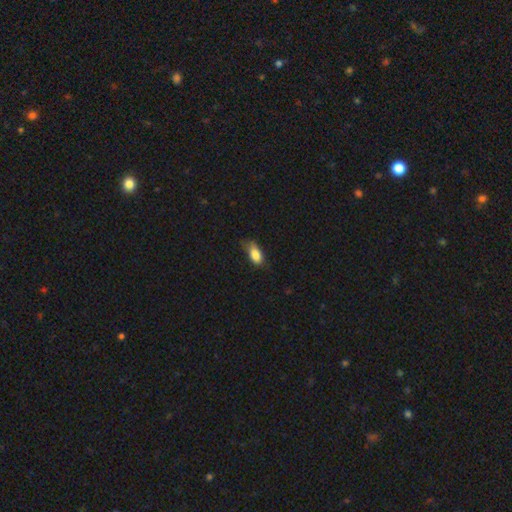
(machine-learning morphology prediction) A smooth galaxy with no disk features (82%) that is in between round and cigar-shaped (86%). Merging: none (41%).